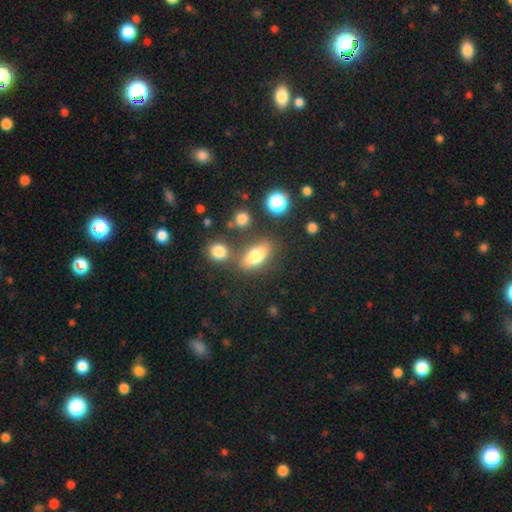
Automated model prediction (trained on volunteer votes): A smooth galaxy with no disk features (76%) that is in between round and cigar-shaped (78%).

Vote fractions:
- Smooth or featured? smooth: 76% / featured or disk: 14% / star or artifact: 10%
- How rounded? in between: 78% / cigar-shaped: 13% / round: 10%
- Merging? none: 69% / merger: 14% / minor disturbance: 13% / major disturbance: 5%